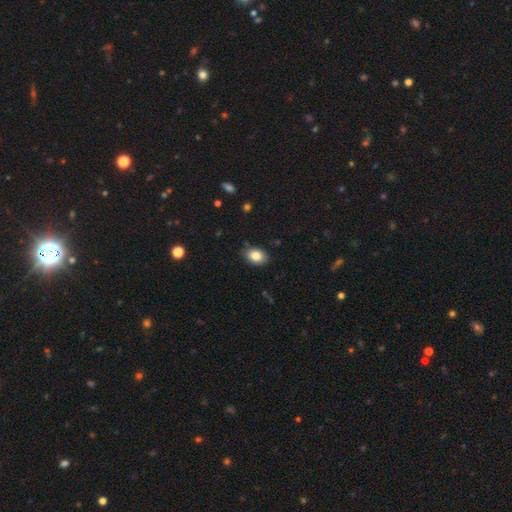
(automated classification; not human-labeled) Smooth or featured? smooth (84%)
How rounded? in between (82%)
Merging? none (84%)